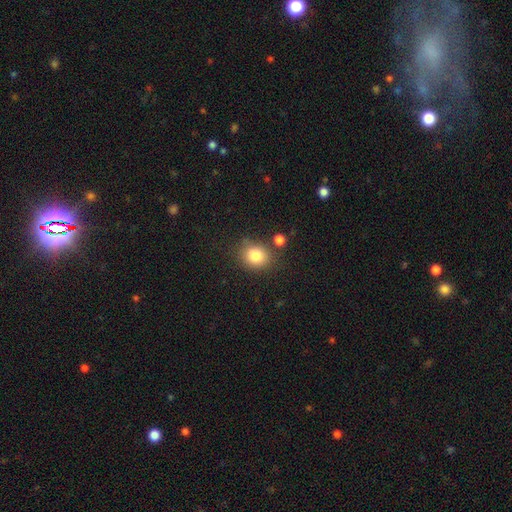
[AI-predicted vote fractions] Smooth or featured? Predicted: smooth (p=0.82). How rounded? Predicted: round (p=0.66). Merging? Predicted: none (p=0.75).